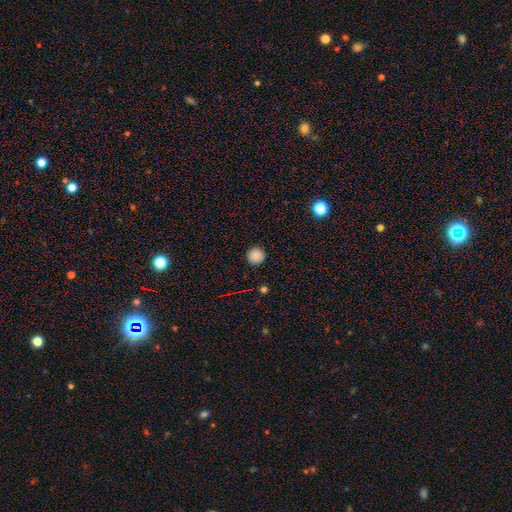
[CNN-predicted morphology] Overall: smooth (86%). How rounded: round (96%). Merging: none (92%).